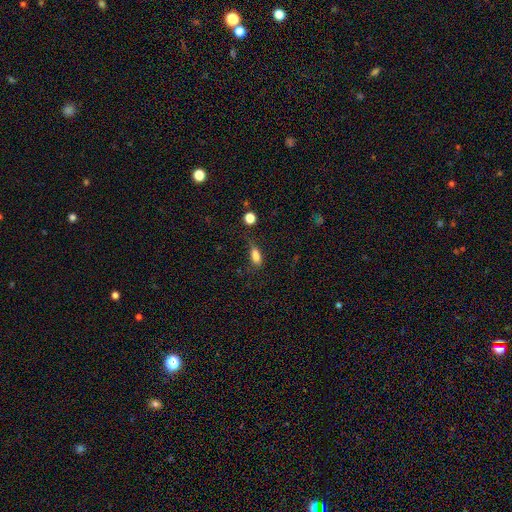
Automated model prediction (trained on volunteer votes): This appears to be a smooth galaxy with no disk features (81%) that is in between round and cigar-shaped (81%). Merging: none (63%).